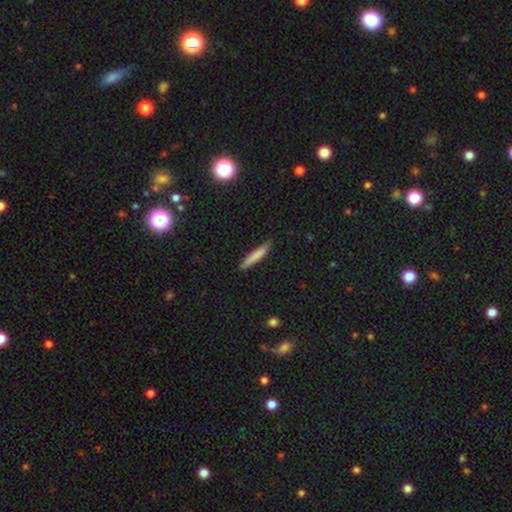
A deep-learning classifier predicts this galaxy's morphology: type=smooth (80%); roundness=cigar-shaped (91%); merging=none (85%).